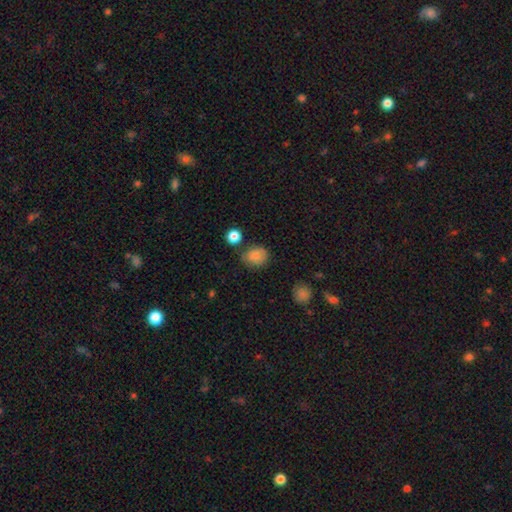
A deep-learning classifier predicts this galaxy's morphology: Smooth or featured?
  - smooth: 83% *
  - star or artifact: 10%
  - featured or disk: 7%
How rounded?
  - round: 65% *
  - in between: 34%
  - cigar-shaped: 1%
Merging?
  - none: 70% *
  - minor disturbance: 20%
  - merger: 6%
  - major disturbance: 5%